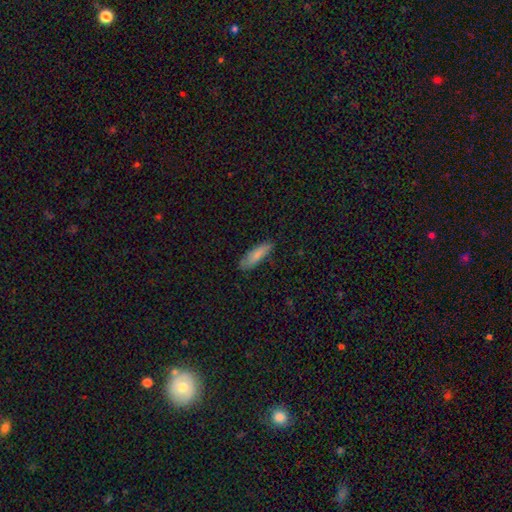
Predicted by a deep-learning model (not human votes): Smooth or featured: smooth — 79% (featured or disk — 14%)
How rounded: cigar-shaped — 60% (in between — 38%)
Merging: none — 82% (minor disturbance — 14%)